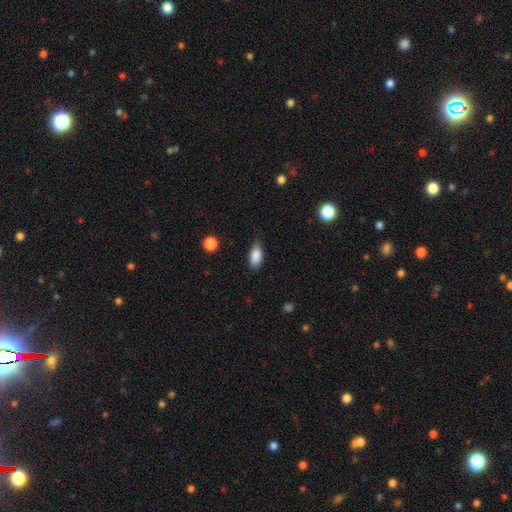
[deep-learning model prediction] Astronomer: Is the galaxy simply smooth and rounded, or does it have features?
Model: smooth — 87%.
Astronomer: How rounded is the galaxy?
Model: in between — 89%.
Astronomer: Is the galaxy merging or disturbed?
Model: none — 66%.